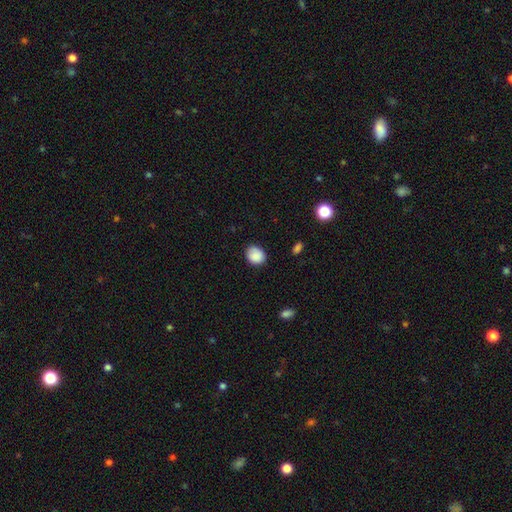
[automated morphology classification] Overall: smooth (87%). How rounded: round (59%; in between 41%). Merging: none (78%).